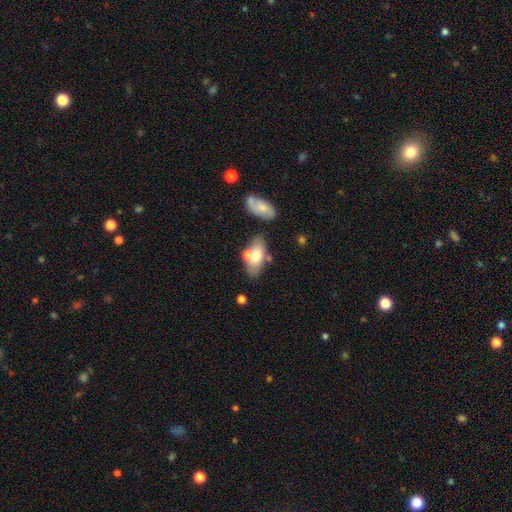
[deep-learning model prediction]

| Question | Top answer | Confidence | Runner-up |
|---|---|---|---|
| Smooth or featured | smooth | 65% | featured or disk (28%) |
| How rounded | in between | 87% | cigar-shaped (9%) |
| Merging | none | 53% | merger (25%) |